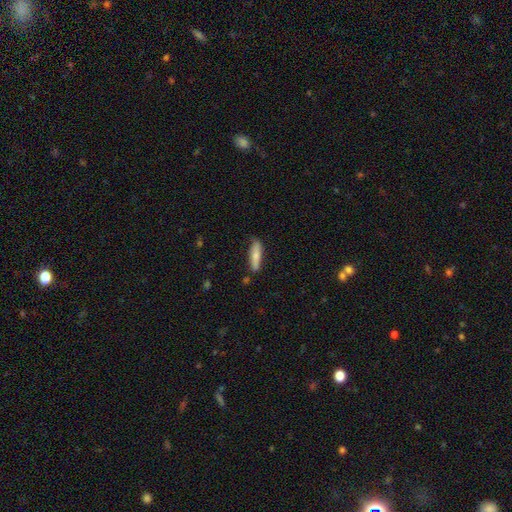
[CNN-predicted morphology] A smooth galaxy with no disk features (71%) that is cigar-shaped (75%).

Vote fractions:
- Smooth or featured? smooth: 71% / featured or disk: 23% / star or artifact: 6%
- How rounded? cigar-shaped: 75% / in between: 23% / round: 2%
- Merging? none: 81% / minor disturbance: 14% / merger: 3% / major disturbance: 2%